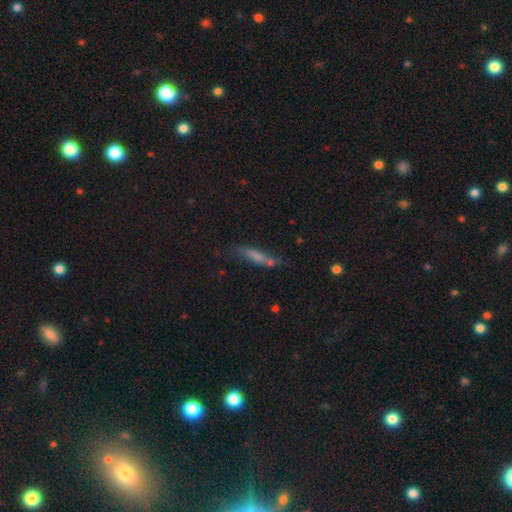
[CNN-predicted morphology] Overall: smooth (58%; featured or disk 30%). How rounded: cigar-shaped (79%). Merging: none (56%; minor disturbance 24%).